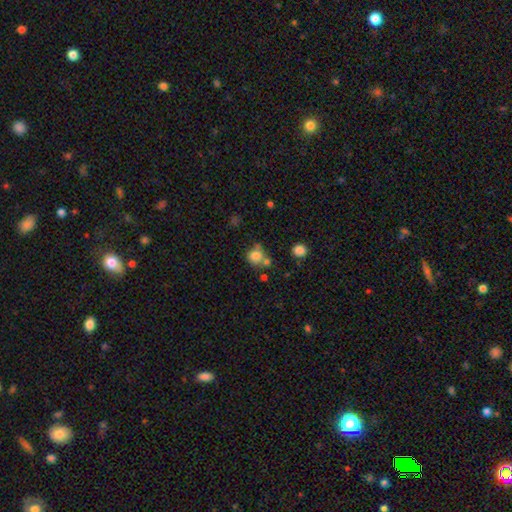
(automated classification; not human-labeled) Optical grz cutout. It shows a smooth galaxy with no disk features (78%) that is round (77%). Merging: none (48%).